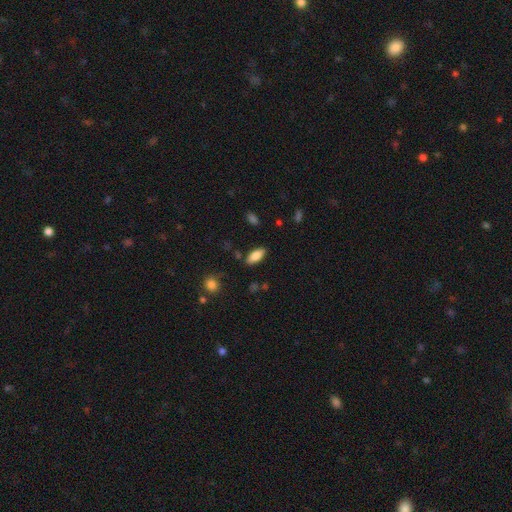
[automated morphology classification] This appears to be a smooth galaxy with no disk features (83%) that is in between round and cigar-shaped (84%). Merging: none (84%).